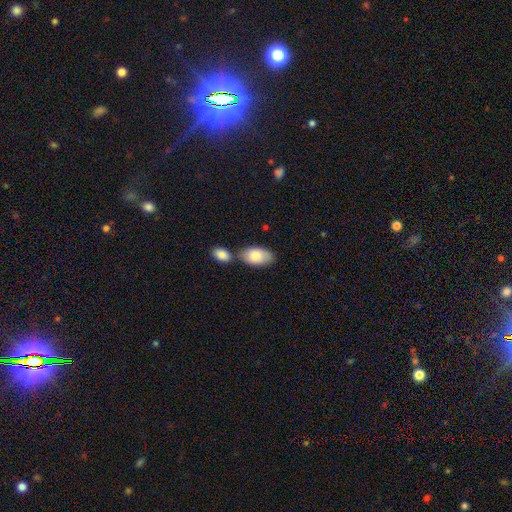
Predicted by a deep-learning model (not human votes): smooth-or-featured: smooth: 82% | featured or disk: 12% | star or artifact: 6%
  how-rounded: in between: 94% | round: 3% | cigar-shaped: 2%
  merging: none: 50% | merger: 31% | minor disturbance: 15% | major disturbance: 4%